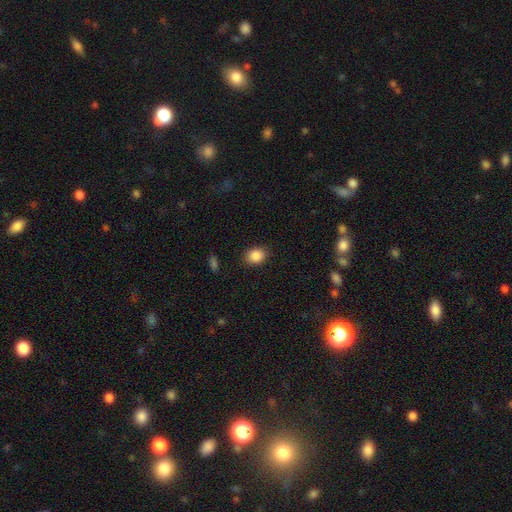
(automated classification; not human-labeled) This appears to be a smooth galaxy with no disk features (87%) that is in between round and cigar-shaped (50%). Merging: none (87%).